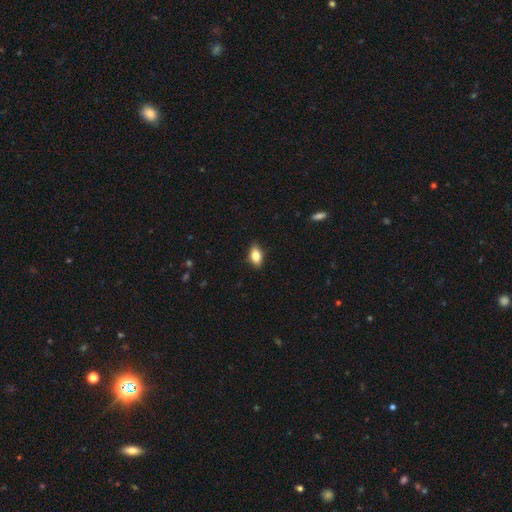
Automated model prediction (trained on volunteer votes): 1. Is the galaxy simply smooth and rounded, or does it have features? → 82% smooth, 11% featured or disk, 8% star or artifact.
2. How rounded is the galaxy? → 88% in between, 8% round, 5% cigar-shaped.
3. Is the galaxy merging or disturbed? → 85% none, 12% minor disturbance, 2% major disturbance, 1% merger.